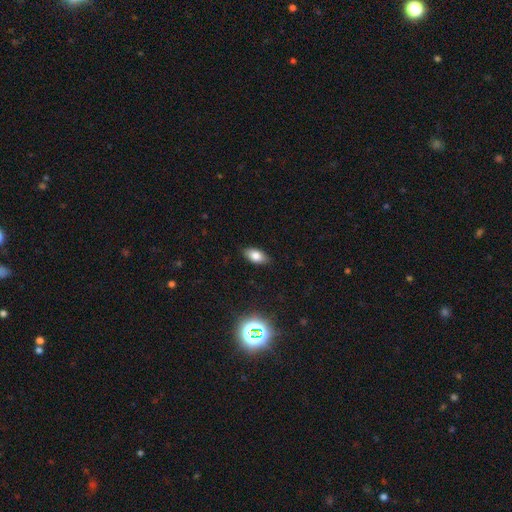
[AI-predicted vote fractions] Q: Smooth or featured?
A: smooth (78%); runner-up: featured or disk (11%)
Q: How rounded?
A: in between (90%); runner-up: cigar-shaped (5%)
Q: Merging?
A: none (87%); runner-up: minor disturbance (10%)